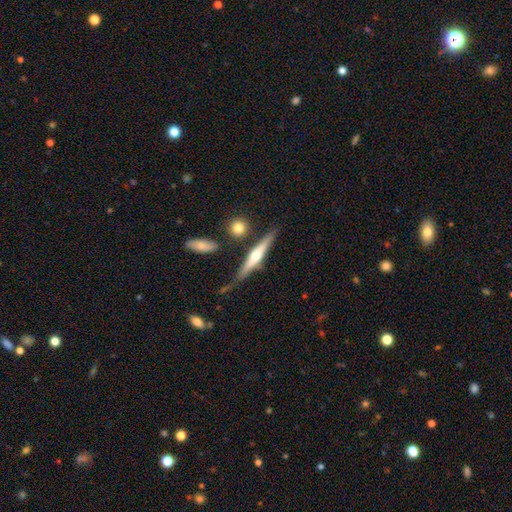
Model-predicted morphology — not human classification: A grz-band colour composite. It shows a featured or disk galaxy (62%) viewed edge-on (96%) with a rounded central bulge (85%). Merging: none (76%).